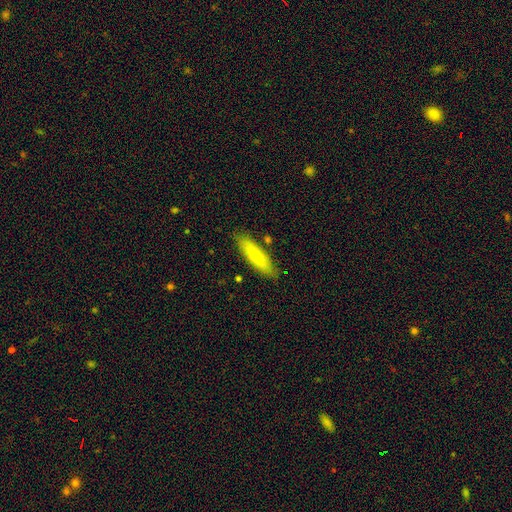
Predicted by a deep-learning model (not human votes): smooth_or_featured: smooth (p=0.81) [alt: featured or disk p=0.13]
how_rounded: cigar-shaped (p=0.72) [alt: in between p=0.27]
merging: none (p=0.85) [alt: minor disturbance p=0.11]